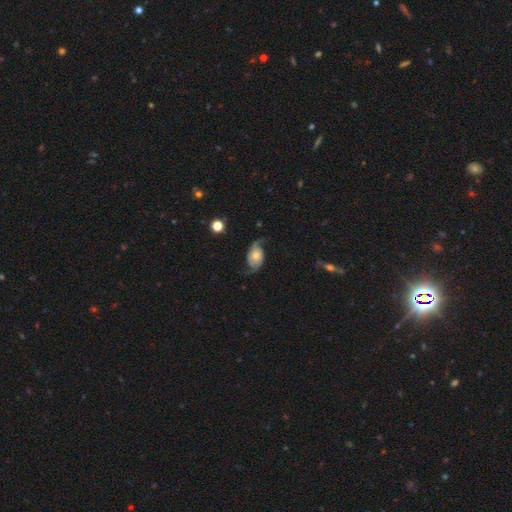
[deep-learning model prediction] Overall: featured or disk (69%). Edge-on disk: no (96%). Bar: no (72%). Spiral arms: yes (92%). Spiral arm count: 2 (88%). Spiral winding: loose (57%; medium 30%). Bulge size: moderate (45%; small 33%). Merging: none (61%; minor disturbance 25%).